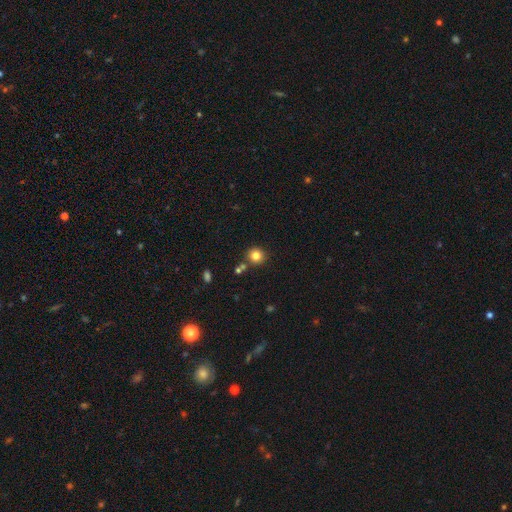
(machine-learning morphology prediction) Overall: smooth (81%). How rounded: round (92%). Merging: none (80%).